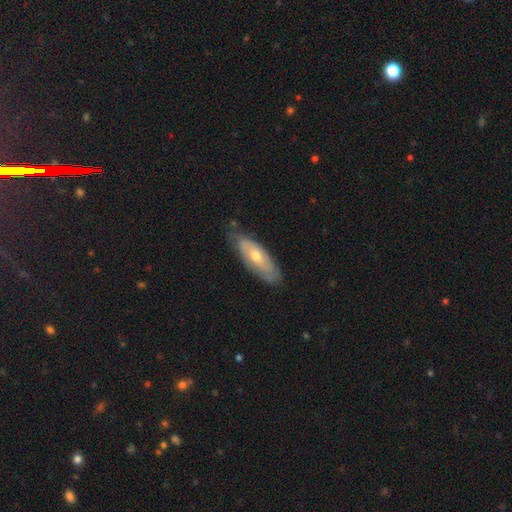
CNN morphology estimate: Smooth or featured? Predicted: featured or disk (p=0.50). Edge-on disk? Predicted: no (p=0.72). Merging? Predicted: none (p=0.73).